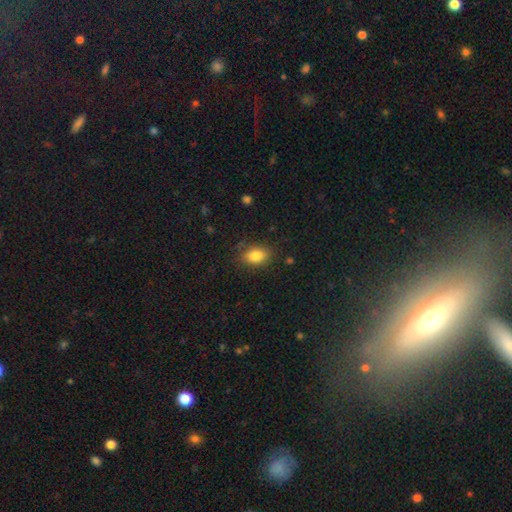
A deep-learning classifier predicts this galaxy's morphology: This appears to be a smooth galaxy with no disk features (84%) that is in between round and cigar-shaped (83%). Merging: none (82%).